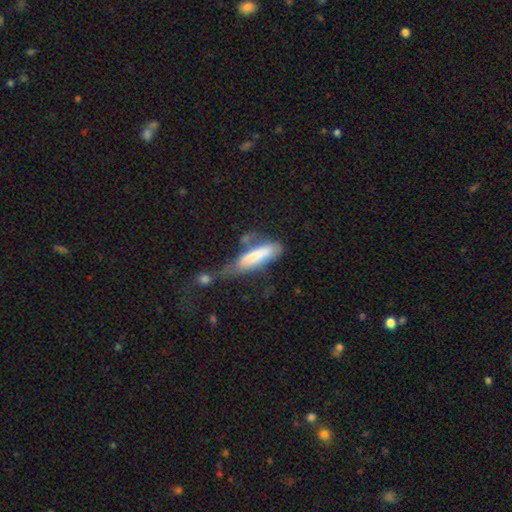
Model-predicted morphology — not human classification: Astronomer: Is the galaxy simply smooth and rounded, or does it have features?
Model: smooth — 72%.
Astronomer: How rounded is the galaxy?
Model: cigar-shaped — 60% (runner-up: in between, 38%).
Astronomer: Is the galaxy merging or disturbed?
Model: minor disturbance — 28%, tied with major disturbance at 28%.